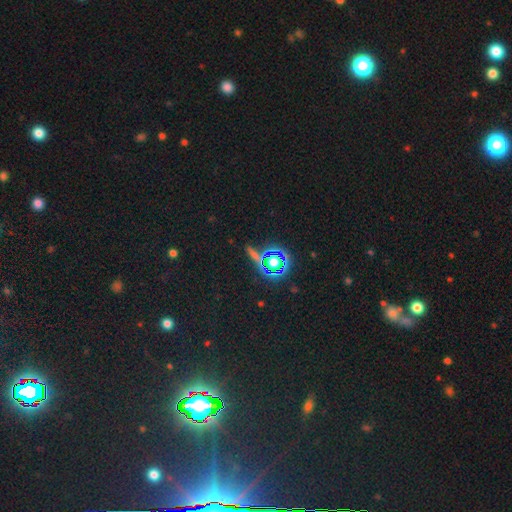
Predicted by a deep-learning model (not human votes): Smooth or featured? Predicted: star or artifact (p=0.72).